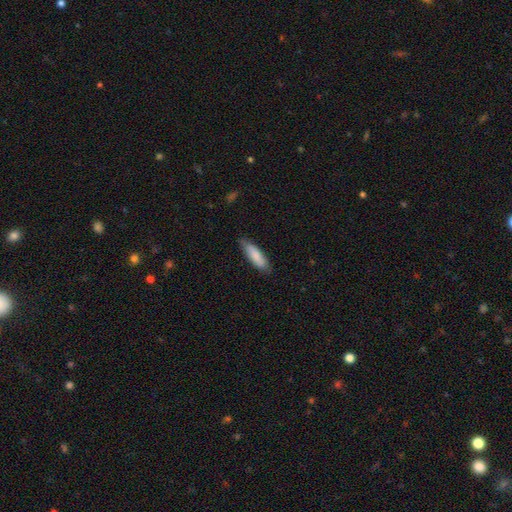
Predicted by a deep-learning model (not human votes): This is clearly a smooth galaxy (83%). How rounded: possibly cigar-shaped (54%). Merging: likely none (77%).